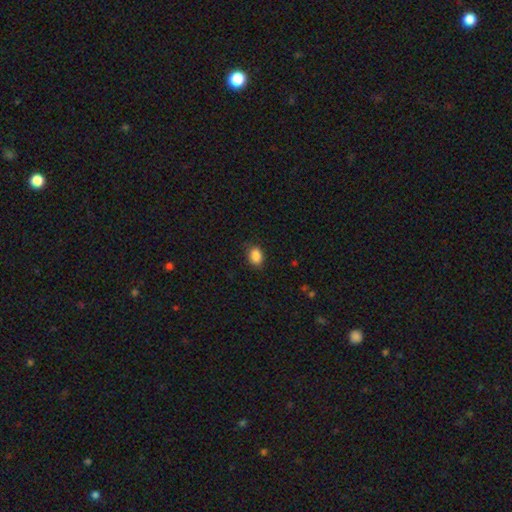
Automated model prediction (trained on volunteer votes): This appears to be a smooth galaxy with no disk features (88%) that is in between round and cigar-shaped (70%). Merging: none (83%).